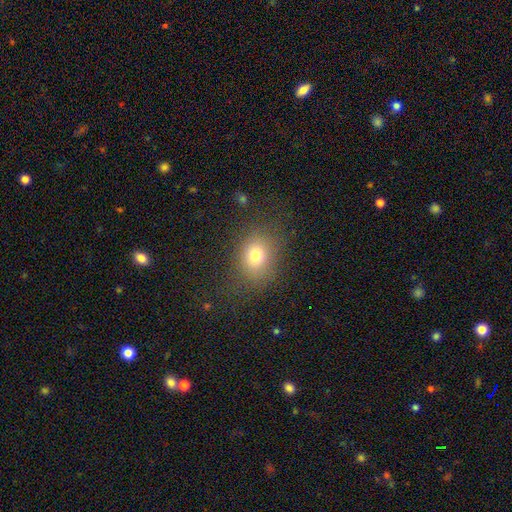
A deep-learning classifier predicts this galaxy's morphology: smooth-or-featured: smooth: 75% | star or artifact: 14% | featured or disk: 11%
  how-rounded: round: 53% | in between: 46% | cigar-shaped: 1%
  merging: none: 76% | minor disturbance: 14% | major disturbance: 9% | merger: 1%